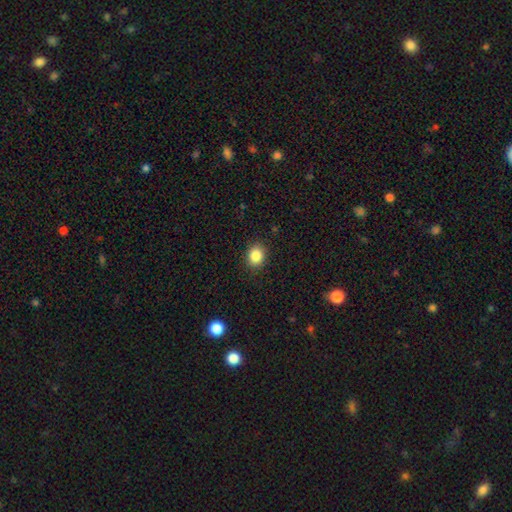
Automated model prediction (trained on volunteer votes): Smooth or featured?
  - smooth: 85% *
  - star or artifact: 10%
  - featured or disk: 5%
How rounded?
  - round: 64% *
  - in between: 35%
  - cigar-shaped: 1%
Merging?
  - none: 88% *
  - minor disturbance: 8%
  - major disturbance: 2%
  - merger: 1%